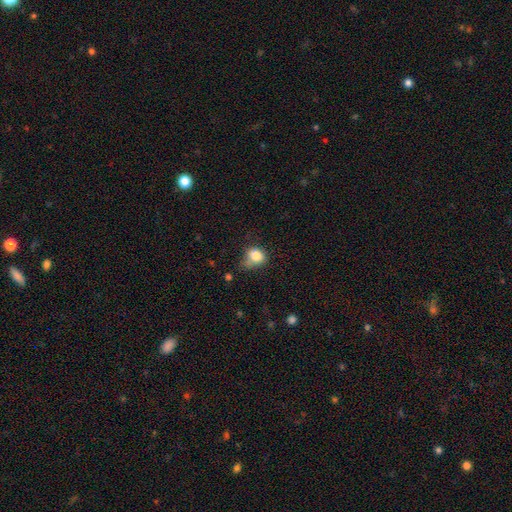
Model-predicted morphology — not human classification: This is clearly a smooth galaxy (81%). How rounded: possibly round (50%). Merging: marginally none (40%).